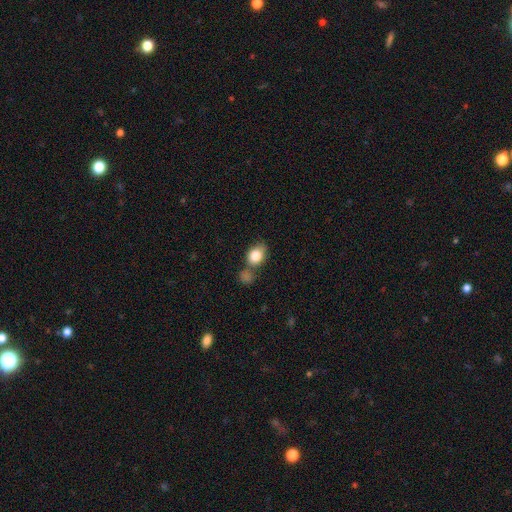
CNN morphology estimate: type=smooth (82%); roundness=in between (58%); merging=none (53%).